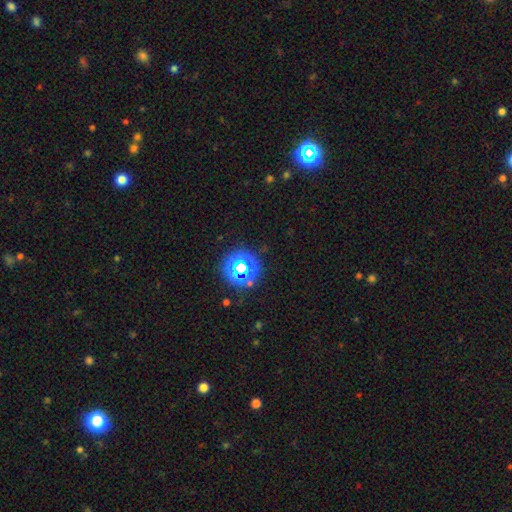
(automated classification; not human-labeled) smooth_or_featured: star or artifact (p=0.64) [alt: smooth p=0.30]